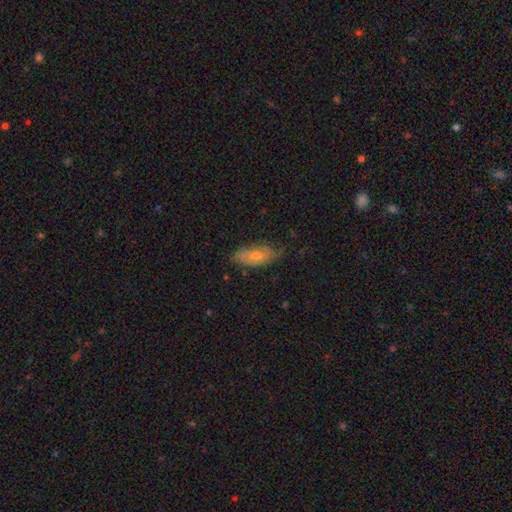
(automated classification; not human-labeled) The model was most divided on "smooth or featured": smooth: 58%, featured or disk: 34%, star or artifact: 8%. More confident: how rounded — in between (76%); merging — none (67%).